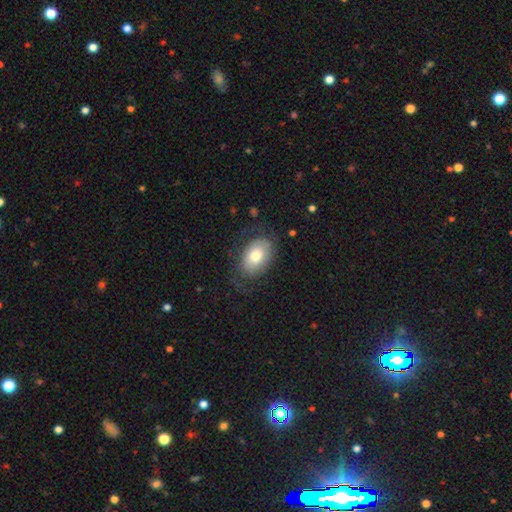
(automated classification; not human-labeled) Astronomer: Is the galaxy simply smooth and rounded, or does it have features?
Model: smooth — 63%.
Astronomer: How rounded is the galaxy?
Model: in between — 84%.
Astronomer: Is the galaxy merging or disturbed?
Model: none — 66%.